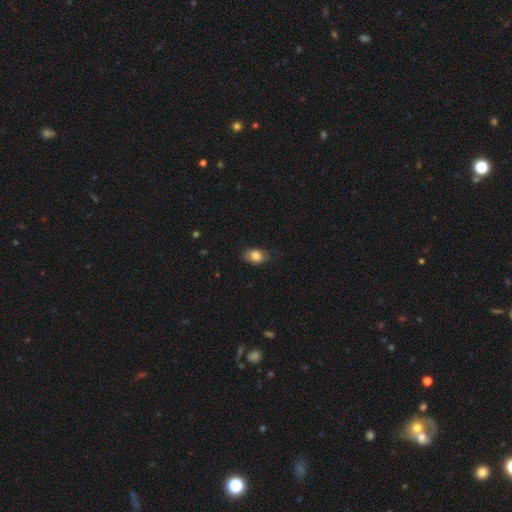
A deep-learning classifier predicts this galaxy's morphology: A smooth galaxy with no disk features (80%) that is in between round and cigar-shaped (81%).

Vote fractions:
- Smooth or featured? smooth: 80% / featured or disk: 13% / star or artifact: 8%
- How rounded? in between: 81% / round: 18% / cigar-shaped: 1%
- Merging? none: 75% / minor disturbance: 20% / major disturbance: 5% / merger: 1%